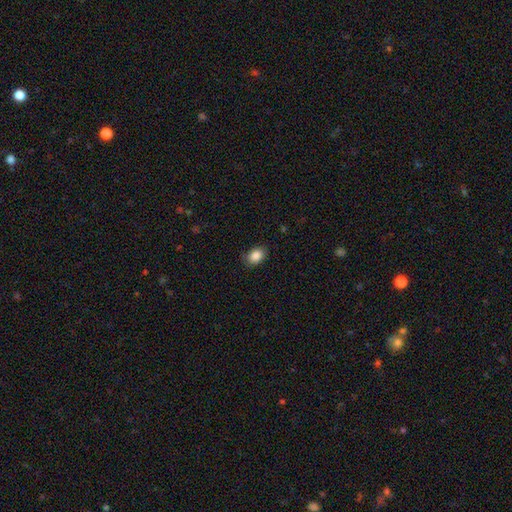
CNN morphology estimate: This is clearly a smooth galaxy (87%). How rounded: likely in between (72%). Merging: clearly none (83%).